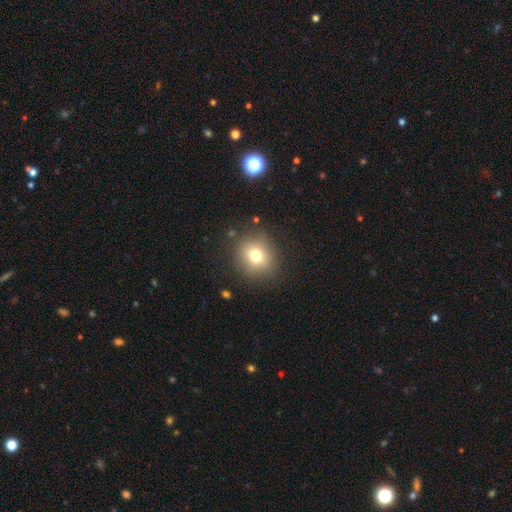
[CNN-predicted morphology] smooth-or-featured: smooth: 74% | star or artifact: 13% | featured or disk: 12%
  how-rounded: round: 84% | in between: 15% | cigar-shaped: 1%
  merging: none: 86% | minor disturbance: 9% | major disturbance: 4% | merger: 2%